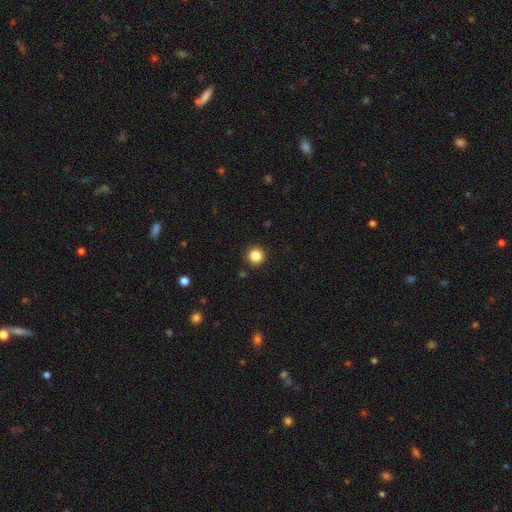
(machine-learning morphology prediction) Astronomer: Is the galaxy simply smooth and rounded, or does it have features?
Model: smooth — 85%.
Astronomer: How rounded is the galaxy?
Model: round — 96%.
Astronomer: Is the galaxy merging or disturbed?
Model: none — 93%.